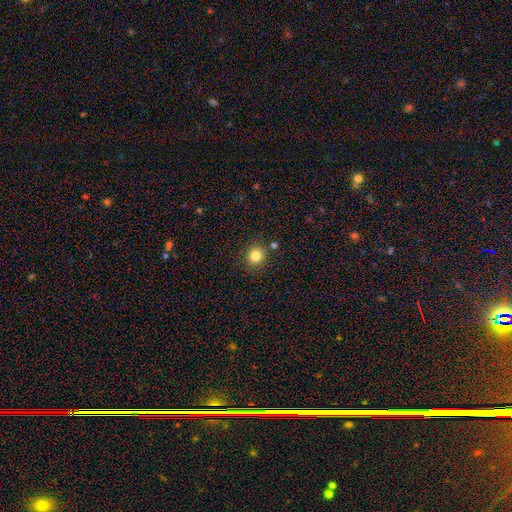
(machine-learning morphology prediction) This appears to be a smooth galaxy with no disk features (82%) that is round (89%). Merging: none (86%).